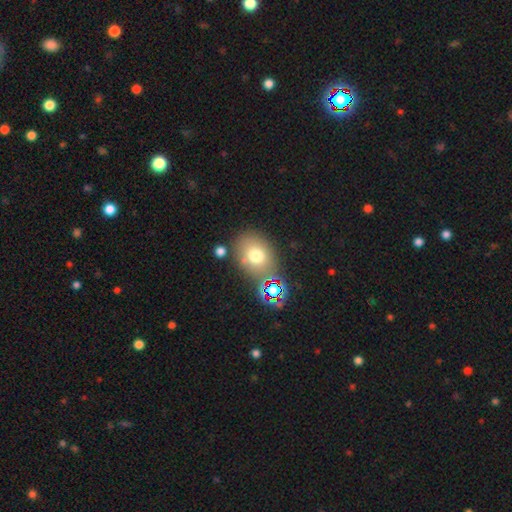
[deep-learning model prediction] This appears to be a smooth galaxy with no disk features (70%) that is in between round and cigar-shaped (58%). Merging: none (73%).